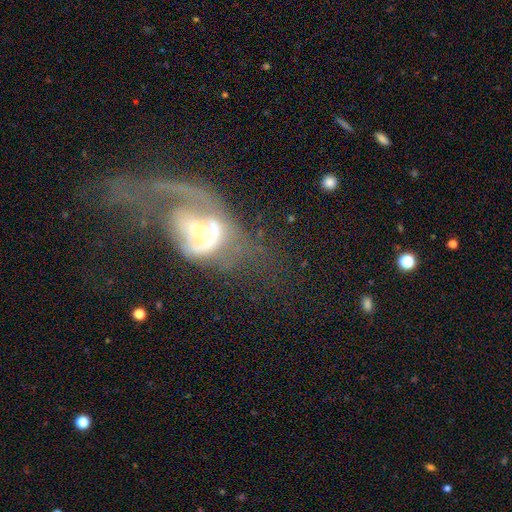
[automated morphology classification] This is likely a featured or disk galaxy (70%). It is clearly not viewed edge-on (93%). Bar: possibly no (53%). Spiral arm pattern: possibly yes (57%). Central bulge: possibly moderate (50%). Merging: possibly major disturbance (56%).